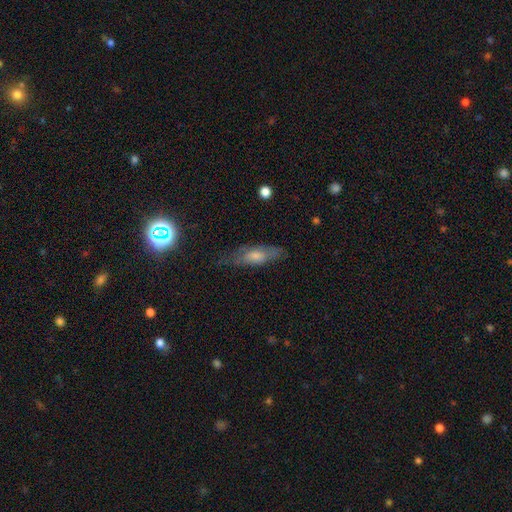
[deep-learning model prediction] Smooth or featured? smooth (46%)
Merging? none (69%)